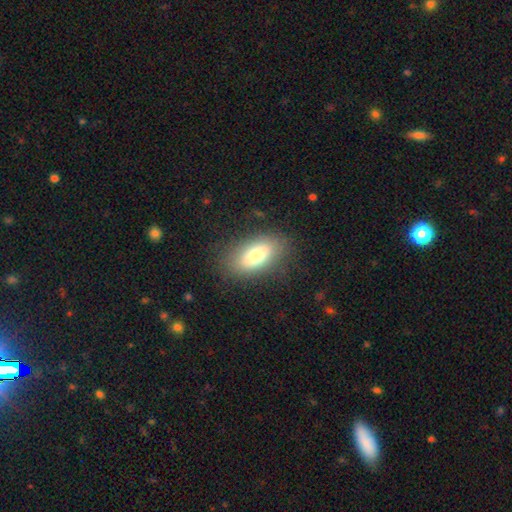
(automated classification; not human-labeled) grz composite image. It shows a smooth galaxy with no disk features (77%) that is in between round and cigar-shaped (88%). Merging: none (82%).